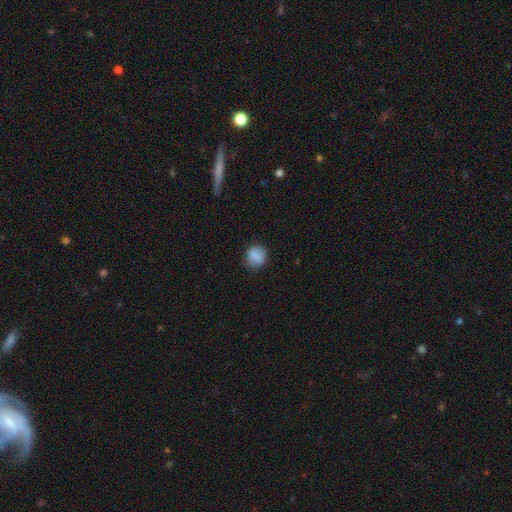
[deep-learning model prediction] Smooth or featured?
  - smooth: 85% *
  - star or artifact: 9%
  - featured or disk: 6%
How rounded?
  - round: 79% *
  - in between: 20%
  - cigar-shaped: 1%
Merging?
  - none: 83% *
  - minor disturbance: 12%
  - major disturbance: 3%
  - merger: 1%